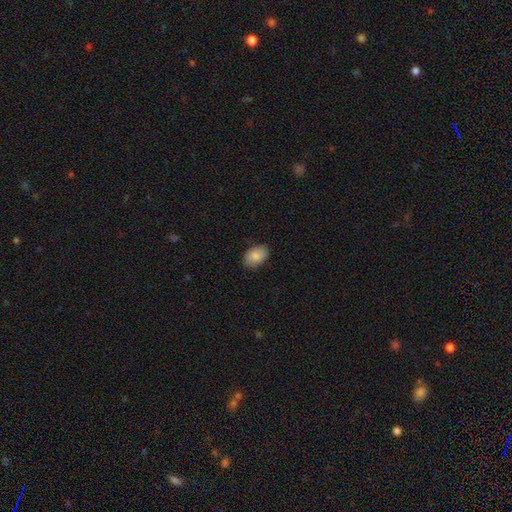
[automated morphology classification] Smooth or featured? smooth (87%)
How rounded? in between (89%)
Merging? none (86%)